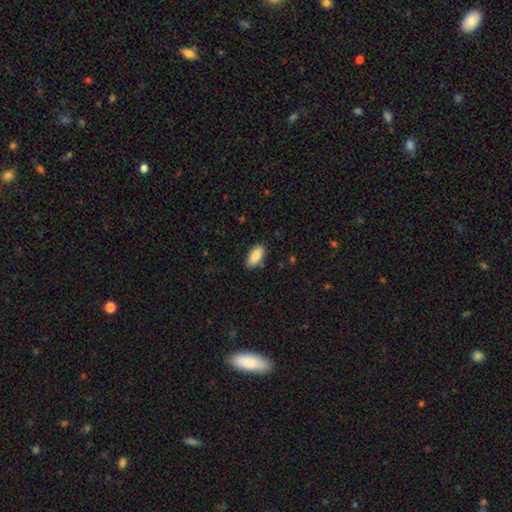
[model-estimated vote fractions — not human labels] Q: Smooth or featured?
A: smooth (88%); runner-up: star or artifact (6%)
Q: How rounded?
A: in between (92%); runner-up: cigar-shaped (6%)
Q: Merging?
A: none (86%); runner-up: minor disturbance (10%)